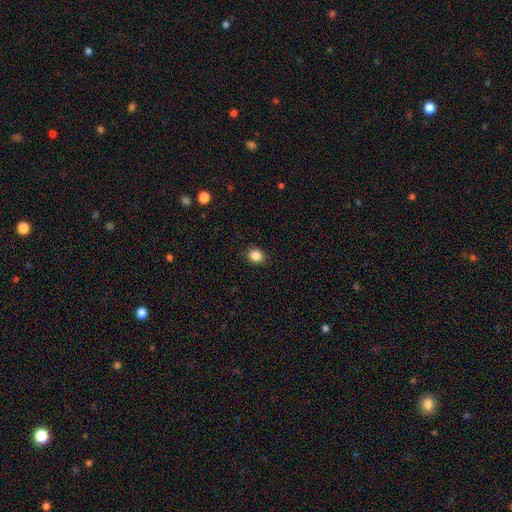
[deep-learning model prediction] Smooth or featured: smooth — 86% (star or artifact — 10%)
How rounded: round — 58% (in between — 41%)
Merging: none — 89% (minor disturbance — 8%)